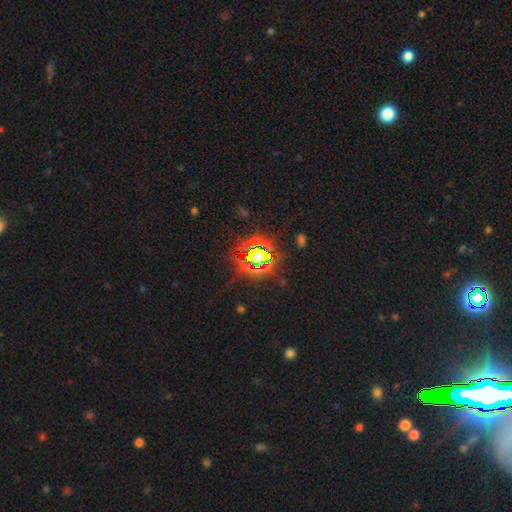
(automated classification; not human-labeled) Smooth or featured?
  - star or artifact: 67% *
  - smooth: 22%
  - featured or disk: 12%